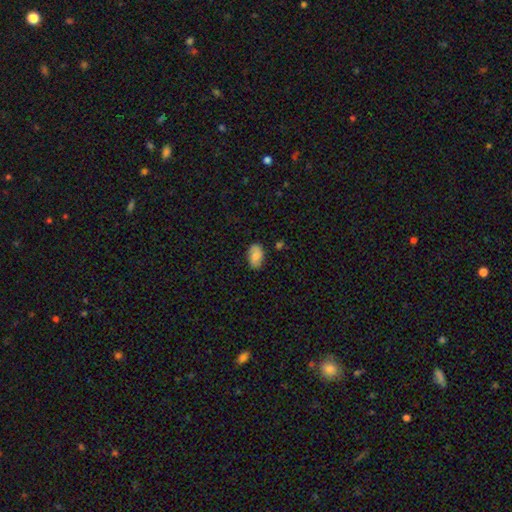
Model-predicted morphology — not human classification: Smooth or featured: smooth — 80% (featured or disk — 13%)
How rounded: in between — 92% (round — 7%)
Merging: none — 81% (minor disturbance — 15%)